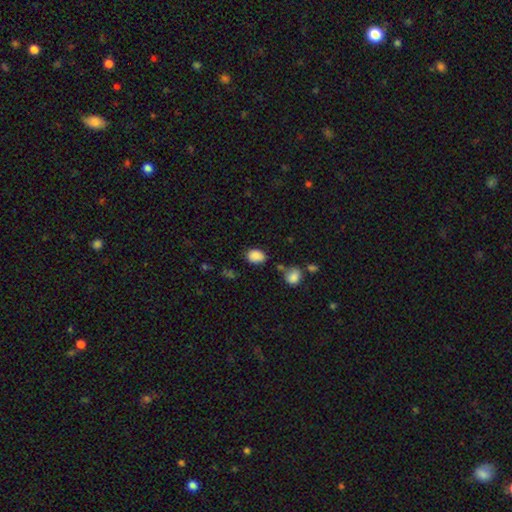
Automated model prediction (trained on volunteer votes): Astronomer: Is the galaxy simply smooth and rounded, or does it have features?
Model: smooth — 87%.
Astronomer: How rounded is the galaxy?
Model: in between — 71%.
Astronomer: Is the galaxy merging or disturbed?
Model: none — 73%.